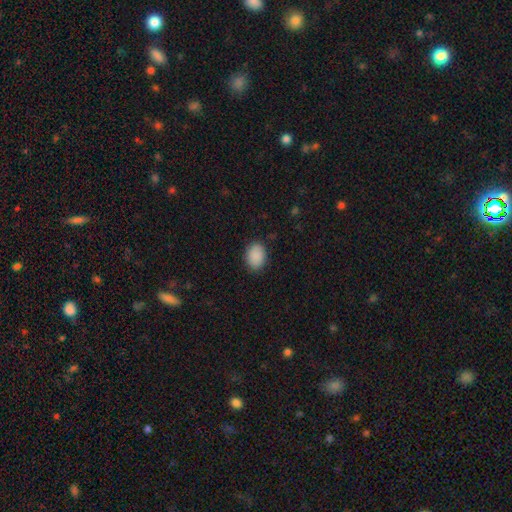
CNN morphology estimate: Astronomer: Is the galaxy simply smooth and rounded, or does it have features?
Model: smooth — 90%.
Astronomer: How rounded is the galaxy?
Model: in between — 74%.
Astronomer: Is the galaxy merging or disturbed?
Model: none — 86%.